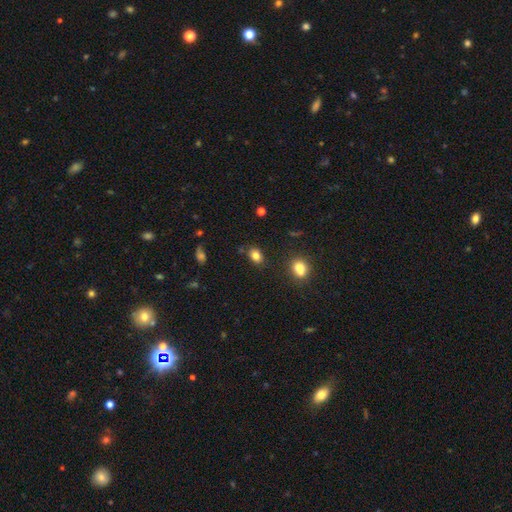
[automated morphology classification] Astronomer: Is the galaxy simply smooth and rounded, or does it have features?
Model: smooth — 82%.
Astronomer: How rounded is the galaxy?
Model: in between — 67%.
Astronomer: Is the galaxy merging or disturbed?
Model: none — 80%.